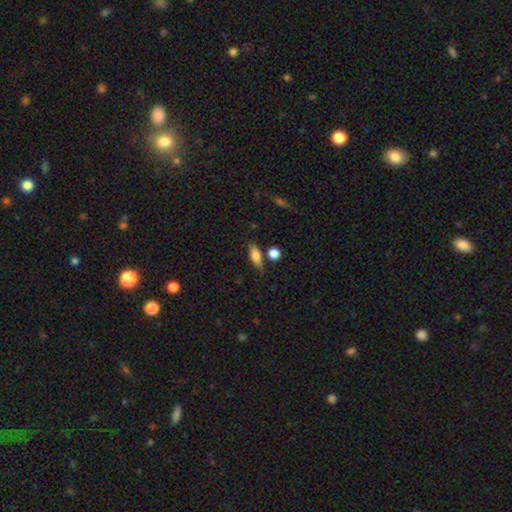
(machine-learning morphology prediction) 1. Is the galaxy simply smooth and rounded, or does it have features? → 77% smooth, 14% featured or disk, 9% star or artifact.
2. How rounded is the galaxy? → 68% in between, 25% cigar-shaped, 7% round.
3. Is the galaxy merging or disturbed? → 70% none, 17% minor disturbance, 9% merger, 5% major disturbance.